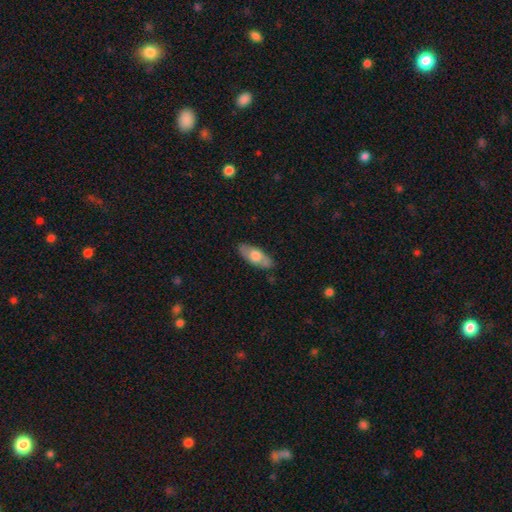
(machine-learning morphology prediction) A smooth galaxy with no disk features (59%) that is in between round and cigar-shaped (78%). Merging: none (82%).